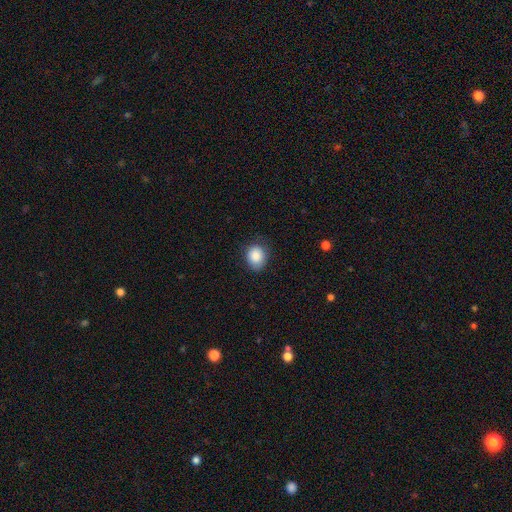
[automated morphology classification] This appears to be a smooth galaxy with no disk features (86%) that is round (58%). Merging: none (76%).